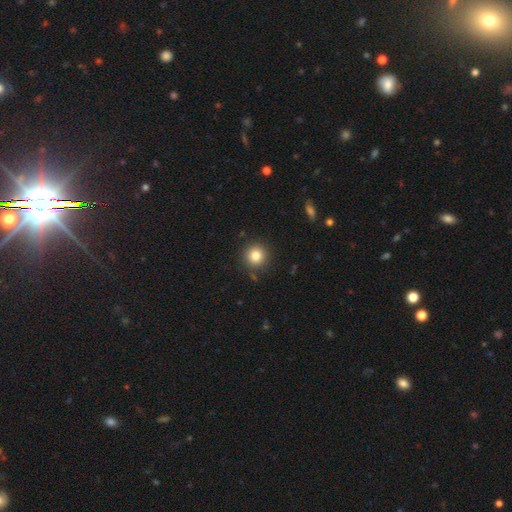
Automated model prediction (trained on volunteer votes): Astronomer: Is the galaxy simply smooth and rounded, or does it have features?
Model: smooth — 83%.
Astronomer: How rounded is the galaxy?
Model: round — 94%.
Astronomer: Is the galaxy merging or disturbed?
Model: none — 88%.